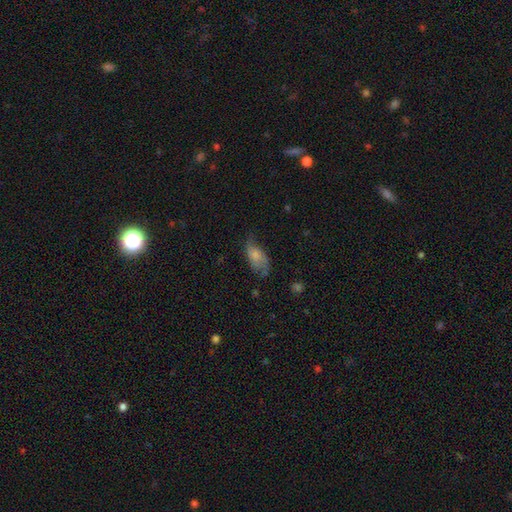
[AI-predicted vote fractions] This appears to be a smooth galaxy with no disk features (63%) that is in between round and cigar-shaped (89%). Merging: none (48%).